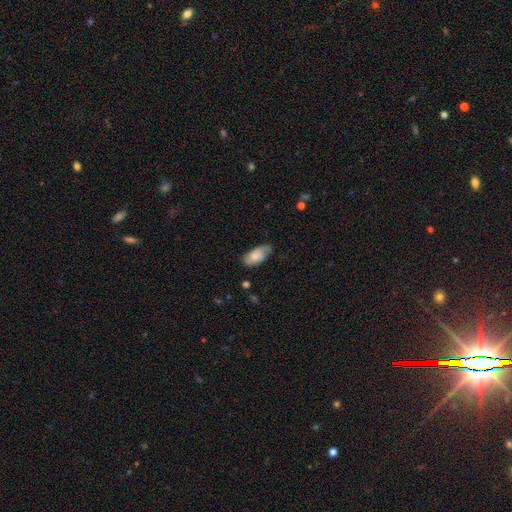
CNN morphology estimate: type=smooth (76%); roundness=in between (91%); merging=none (64%).